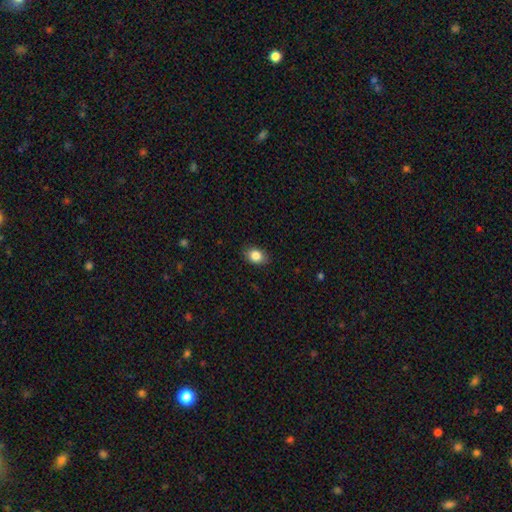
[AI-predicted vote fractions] smooth_or_featured: smooth (p=0.85) [alt: star or artifact p=0.09]
how_rounded: in between (p=0.68) [alt: round p=0.31]
merging: none (p=0.85) [alt: minor disturbance p=0.12]